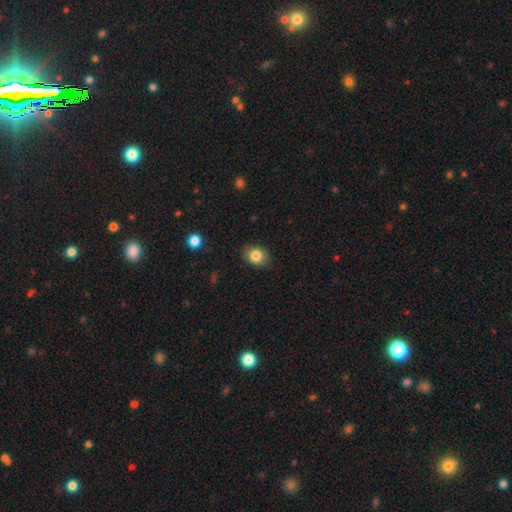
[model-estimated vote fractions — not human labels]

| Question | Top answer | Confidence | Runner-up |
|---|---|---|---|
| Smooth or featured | smooth | 83% | star or artifact (9%) |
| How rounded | in between | 56% | round (43%) |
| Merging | none | 85% | minor disturbance (12%) |